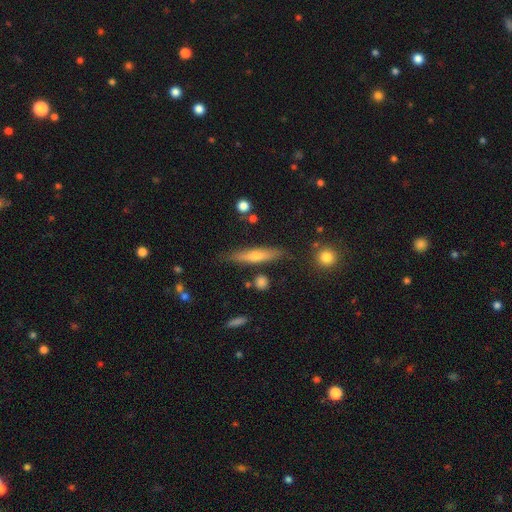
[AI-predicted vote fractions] smooth-or-featured: featured or disk: 47% | smooth: 45% | star or artifact: 8%
  merging: none: 83% | minor disturbance: 11% | merger: 3% | major disturbance: 2%